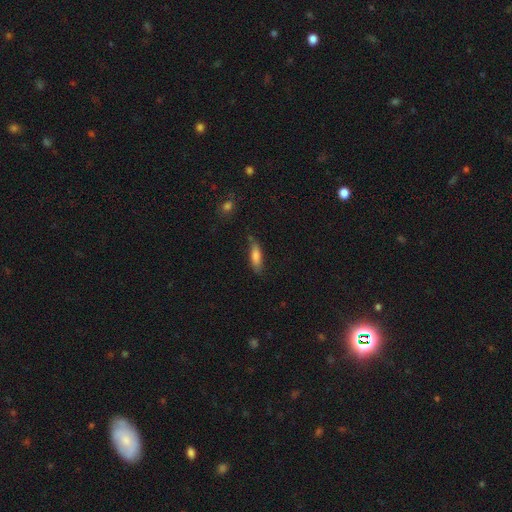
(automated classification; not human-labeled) Q: Smooth or featured?
A: smooth (76%); runner-up: featured or disk (17%)
Q: How rounded?
A: in between (49%); tied with: cigar-shaped (49%)
Q: Merging?
A: none (67%); runner-up: minor disturbance (24%)